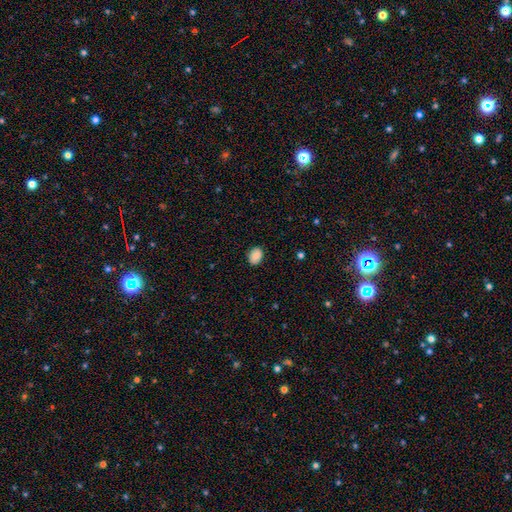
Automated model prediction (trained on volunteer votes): smooth_or_featured: smooth (p=0.86) [alt: star or artifact p=0.08]
how_rounded: in between (p=0.66) [alt: round p=0.33]
merging: none (p=0.85) [alt: minor disturbance p=0.11]